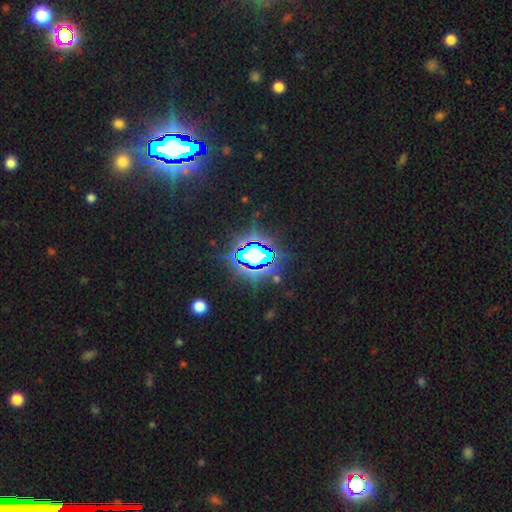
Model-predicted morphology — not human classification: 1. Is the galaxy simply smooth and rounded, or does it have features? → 82% star or artifact, 11% smooth, 7% featured or disk.